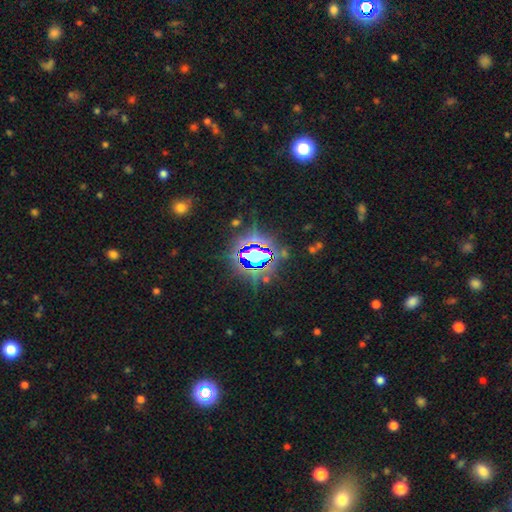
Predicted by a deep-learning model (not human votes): Smooth or featured?
  - star or artifact: 81% *
  - smooth: 10%
  - featured or disk: 9%